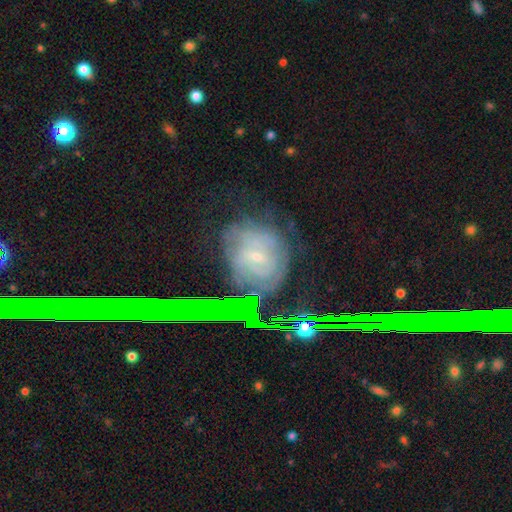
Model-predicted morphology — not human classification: Smooth or featured? featured or disk (60%)
Edge-on disk? no (93%)
Bar? no (54%)
Spiral arms? yes (82%)
Bulge size? small (77%)
Merging? none (63%)